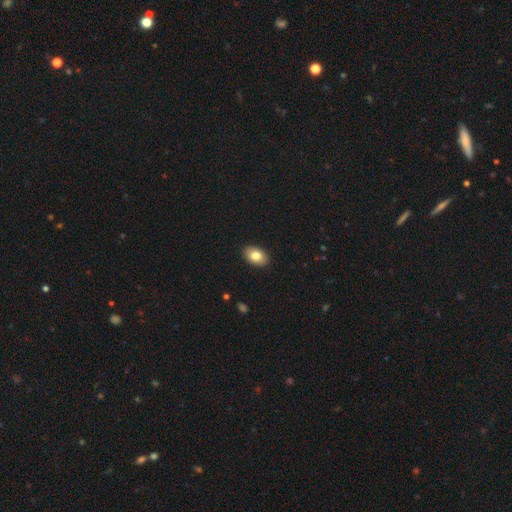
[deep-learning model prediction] Morphology: type=smooth (82%); roundness=in between (88%); merging=none (90%).